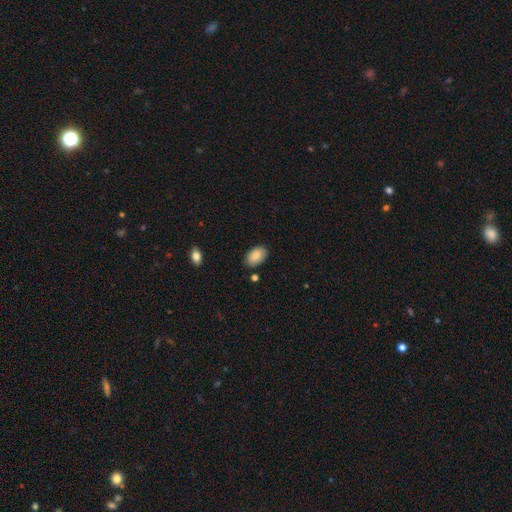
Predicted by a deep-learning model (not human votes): smooth_or_featured: smooth (p=0.87) [alt: star or artifact p=0.07]
how_rounded: in between (p=0.93) [alt: round p=0.06]
merging: none (p=0.84) [alt: minor disturbance p=0.12]